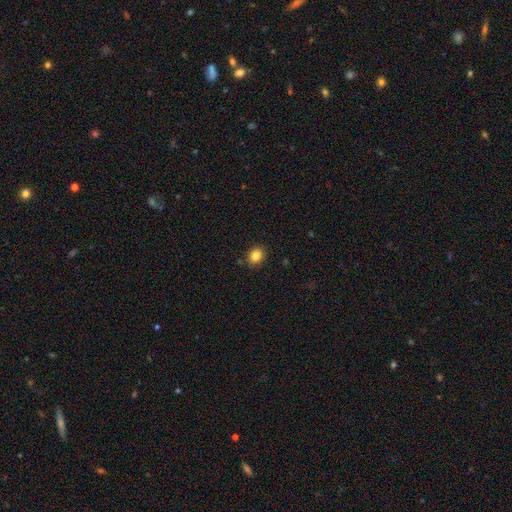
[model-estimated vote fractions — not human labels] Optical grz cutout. It shows a smooth galaxy with no disk features (83%) that is round (59%). Merging: none (88%).